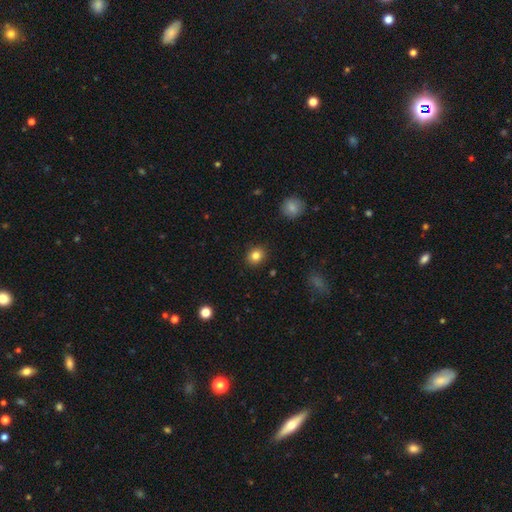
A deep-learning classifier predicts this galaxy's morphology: This is clearly a smooth galaxy (83%). How rounded: likely round (69%). Merging: clearly none (89%).